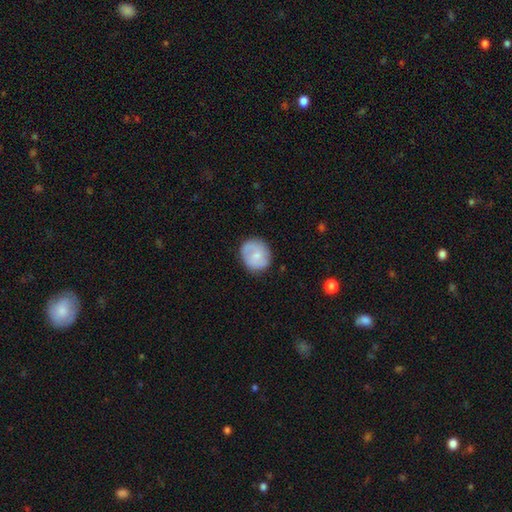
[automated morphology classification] The model was most divided on "smooth or featured": smooth: 64%, featured or disk: 29%, star or artifact: 7%. More confident: how rounded — round (81%); merging — none (77%).